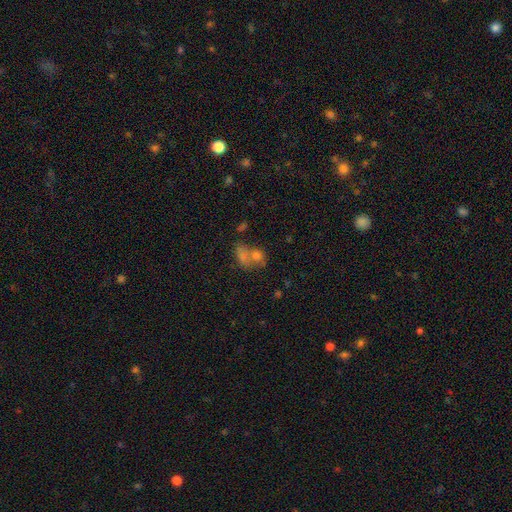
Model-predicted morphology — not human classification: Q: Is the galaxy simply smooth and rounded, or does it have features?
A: smooth — 67%.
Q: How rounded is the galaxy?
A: in between — 54%.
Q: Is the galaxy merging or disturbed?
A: merger — 59%.